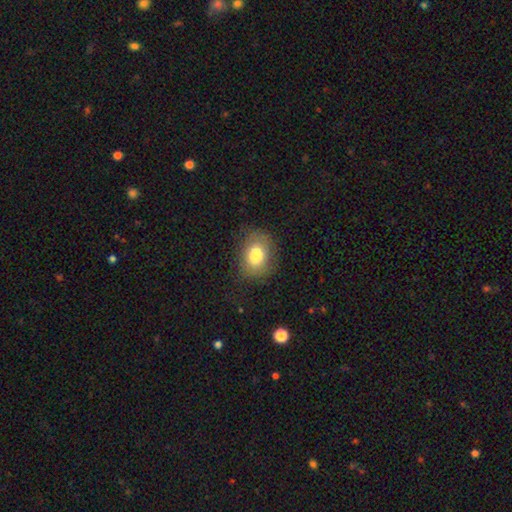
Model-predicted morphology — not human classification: Smooth or featured? Predicted: smooth (p=0.79). How rounded? Predicted: in between (p=0.64). Merging? Predicted: none (p=0.74).